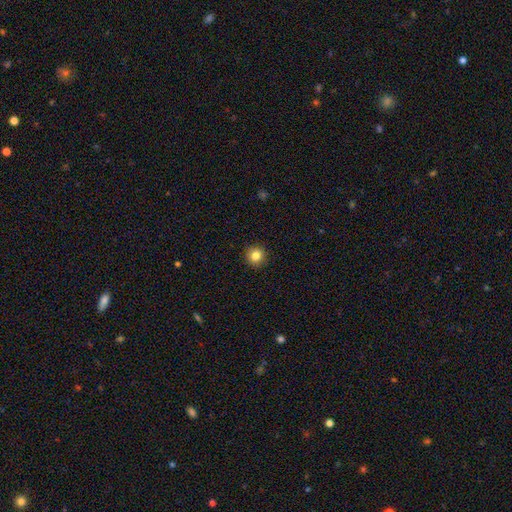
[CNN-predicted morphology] Overall: smooth (84%). How rounded: round (93%). Merging: none (93%).